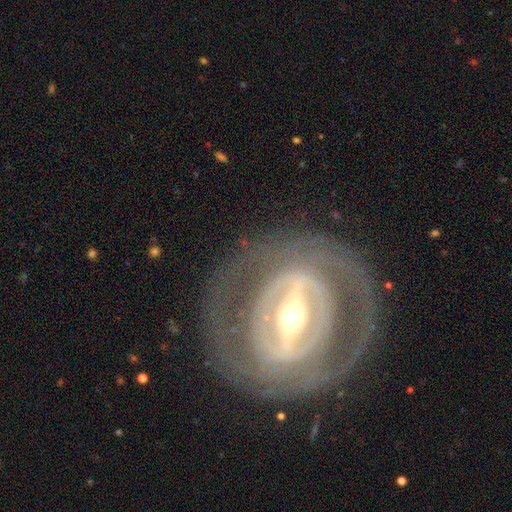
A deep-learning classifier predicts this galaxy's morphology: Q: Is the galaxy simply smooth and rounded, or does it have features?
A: featured or disk — 84%.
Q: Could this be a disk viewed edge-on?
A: no — 90%.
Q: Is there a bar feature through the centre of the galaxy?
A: strong — 69%.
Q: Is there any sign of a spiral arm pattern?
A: yes — 52%.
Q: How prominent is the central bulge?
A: moderate — 57%.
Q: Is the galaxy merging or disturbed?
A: none — 79%.